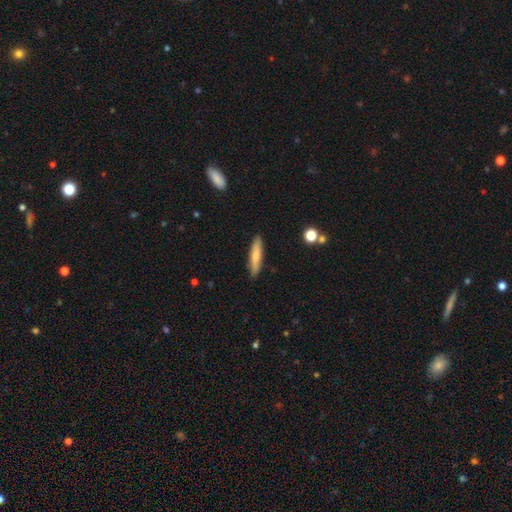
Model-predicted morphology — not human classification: This is likely a smooth galaxy (71%). How rounded: clearly cigar-shaped (86%). Merging: clearly none (88%).